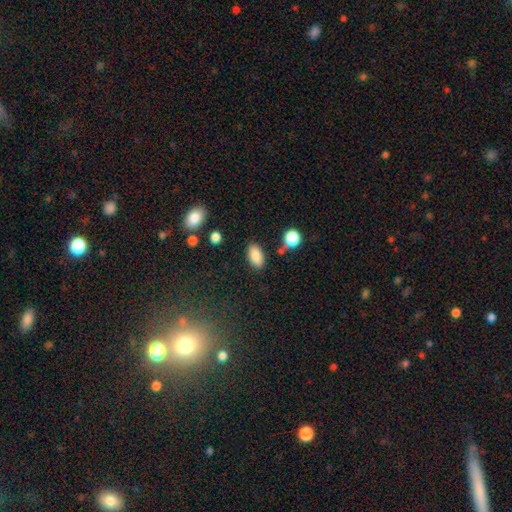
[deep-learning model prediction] Smooth or featured? Predicted: smooth (p=0.85). How rounded? Predicted: in between (p=0.92). Merging? Predicted: none (p=0.80).